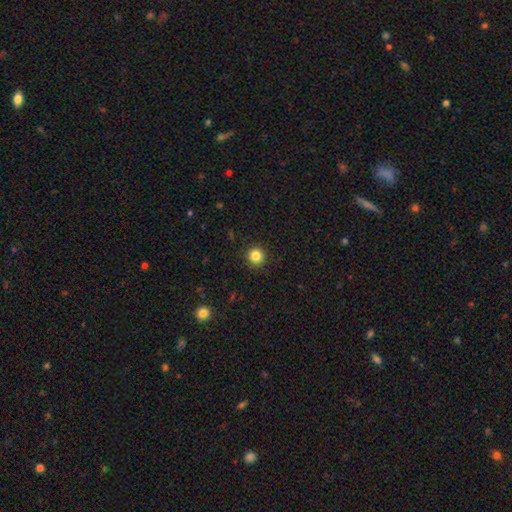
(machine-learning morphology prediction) Smooth or featured? smooth (84%)
How rounded? round (93%)
Merging? none (92%)